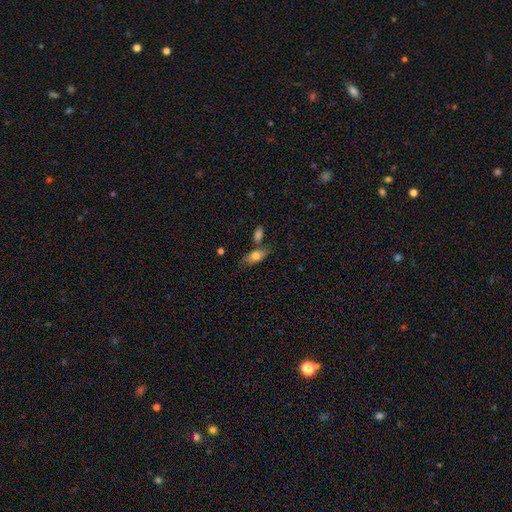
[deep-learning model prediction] Smooth or featured? Predicted: smooth (p=0.72). How rounded? Predicted: in between (p=0.82). Merging? Predicted: none (p=0.57).